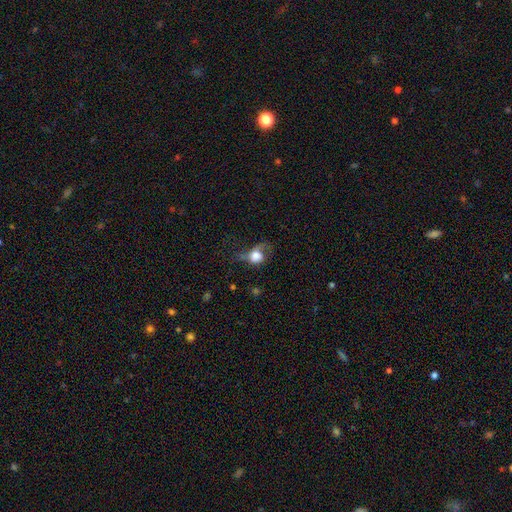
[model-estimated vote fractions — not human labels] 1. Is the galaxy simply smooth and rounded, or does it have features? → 66% smooth, 25% featured or disk, 9% star or artifact.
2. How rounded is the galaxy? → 58% round, 41% in between, 2% cigar-shaped.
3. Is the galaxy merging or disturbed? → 48% major disturbance, 25% none, 24% minor disturbance, 4% merger.